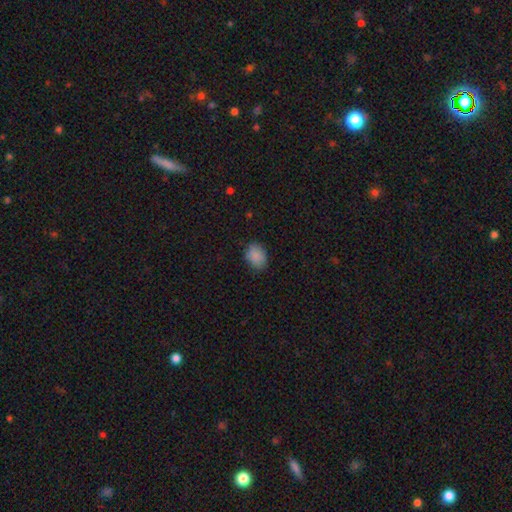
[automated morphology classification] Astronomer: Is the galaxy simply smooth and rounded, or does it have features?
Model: smooth — 88%.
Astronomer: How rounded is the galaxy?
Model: in between — 63%.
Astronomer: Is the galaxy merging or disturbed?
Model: none — 80%.